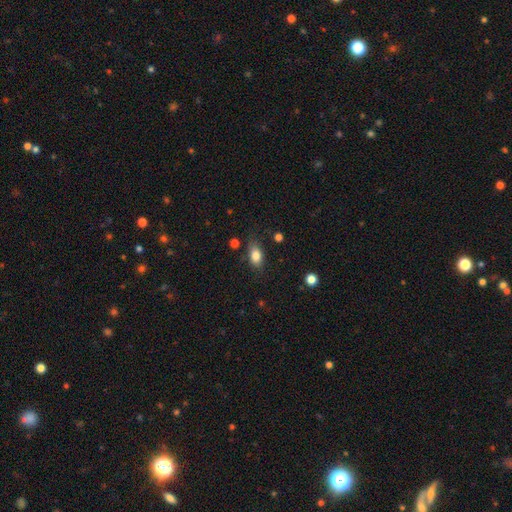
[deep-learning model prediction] Morphology: type=smooth (82%); roundness=in between (83%); merging=none (73%).